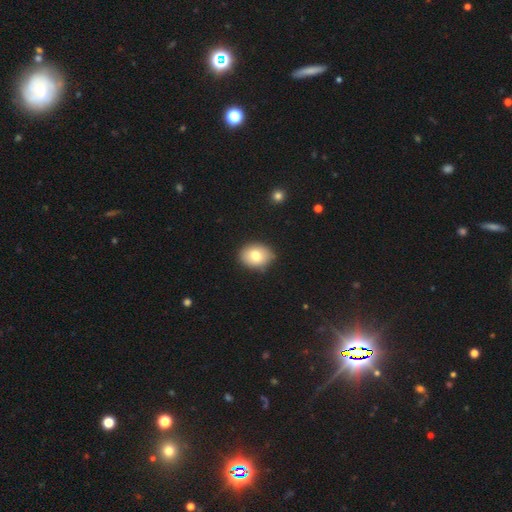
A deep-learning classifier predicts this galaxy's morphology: The model was most divided on "how rounded": in between: 62%, round: 37%, cigar-shaped: 1%. More confident: merging — none (85%); smooth or featured — smooth (78%).